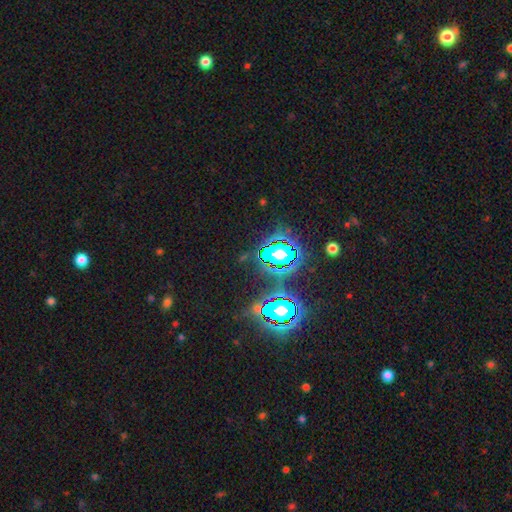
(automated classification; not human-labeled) Smooth or featured? Predicted: star or artifact (p=0.81).